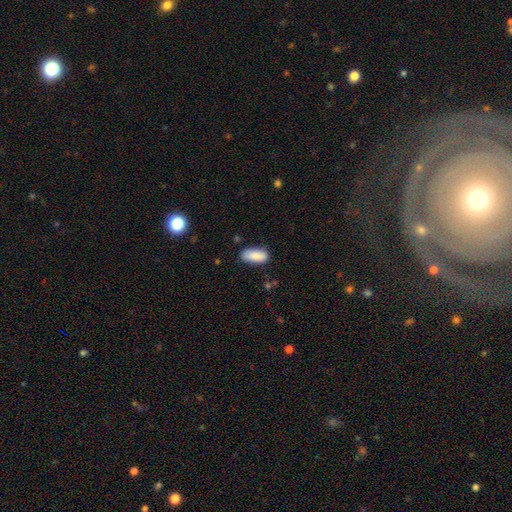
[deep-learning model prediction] This appears to be a smooth galaxy with no disk features (87%) that is in between round and cigar-shaped (85%). Merging: none (78%).